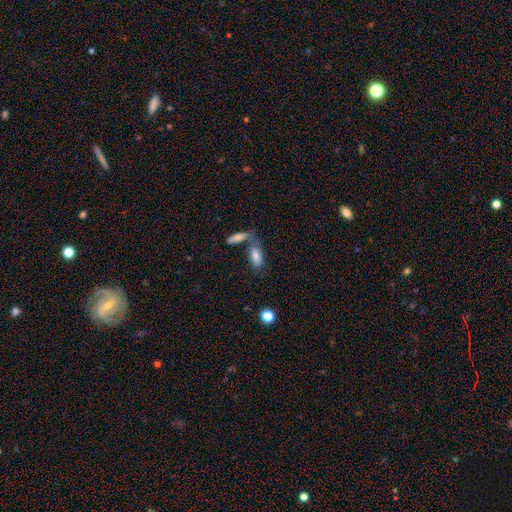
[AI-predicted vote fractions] Q: Smooth or featured?
A: smooth (77%); runner-up: featured or disk (15%)
Q: How rounded?
A: in between (81%); runner-up: cigar-shaped (16%)
Q: Merging?
A: none (44%); runner-up: merger (40%)